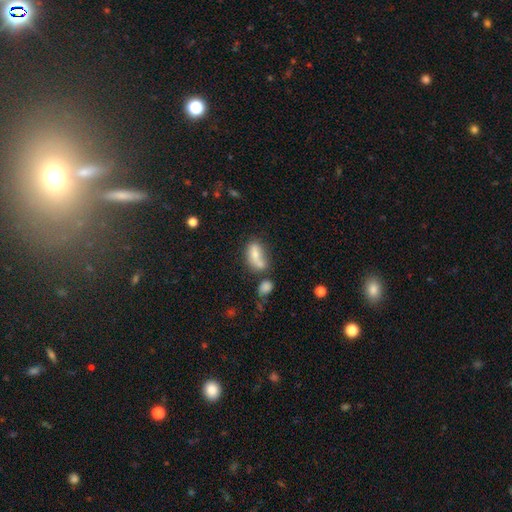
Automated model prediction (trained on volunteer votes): The model was most divided on "merging": merger: 40%, none: 31%, minor disturbance: 17%, major disturbance: 12%. More confident: how rounded — in between (83%); smooth or featured — smooth (69%).